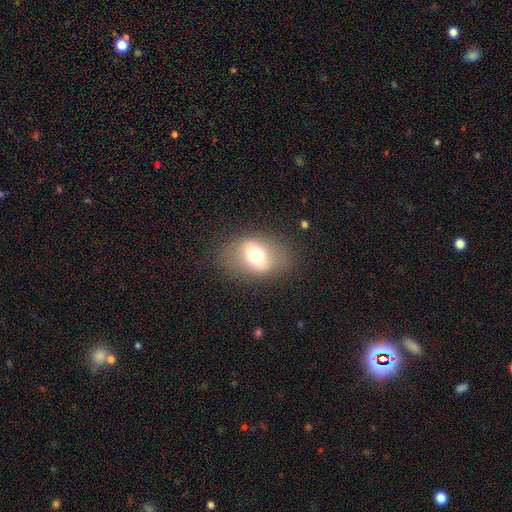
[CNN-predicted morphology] Overall: smooth (67%). How rounded: in between (69%; round 30%). Merging: none (77%).